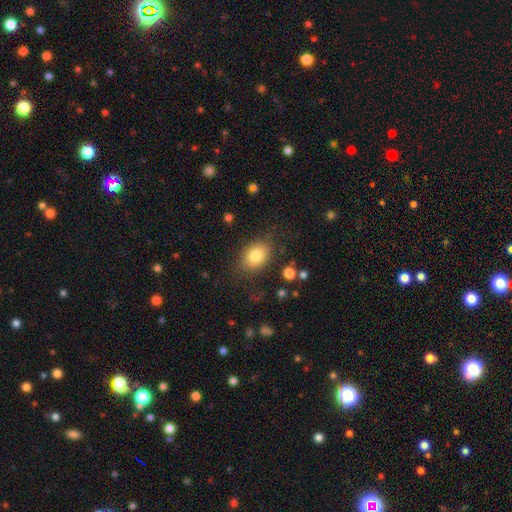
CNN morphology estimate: The model was most divided on "how rounded": in between: 68%, round: 31%, cigar-shaped: 1%. More confident: smooth or featured — smooth (81%); merging — none (78%).